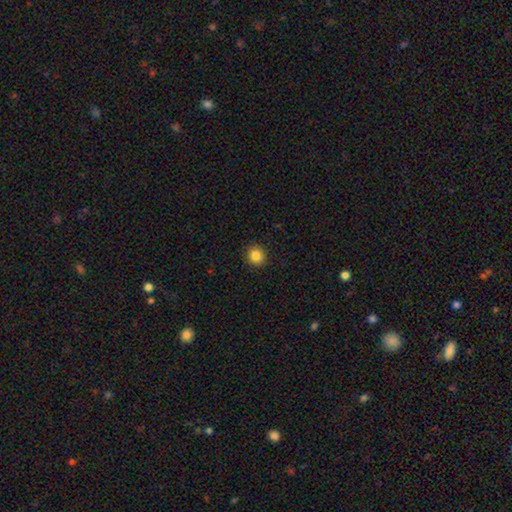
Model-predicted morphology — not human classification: Smooth or featured? smooth (85%)
How rounded? round (87%)
Merging? none (92%)